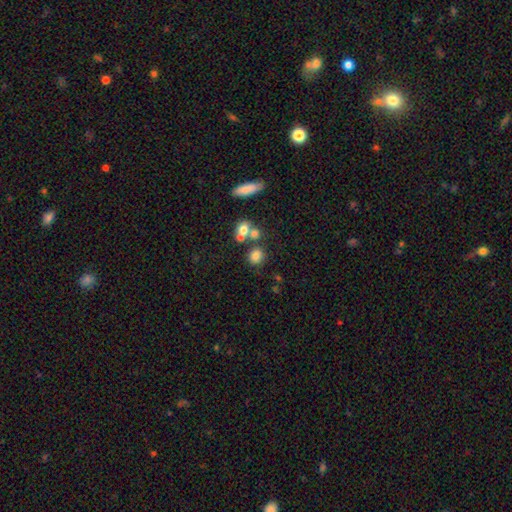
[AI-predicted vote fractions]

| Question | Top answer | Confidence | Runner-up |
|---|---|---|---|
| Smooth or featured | smooth | 76% | star or artifact (14%) |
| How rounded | round | 75% | in between (23%) |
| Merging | none | 62% | merger (23%) |